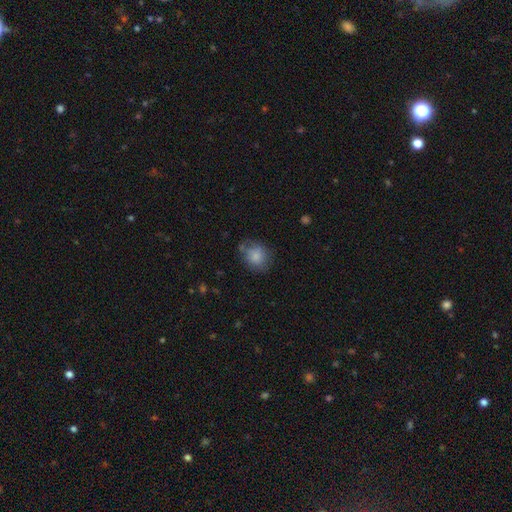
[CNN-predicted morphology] Smooth or featured? Predicted: smooth (p=0.80). How rounded? Predicted: round (p=0.74). Merging? Predicted: none (p=0.60).